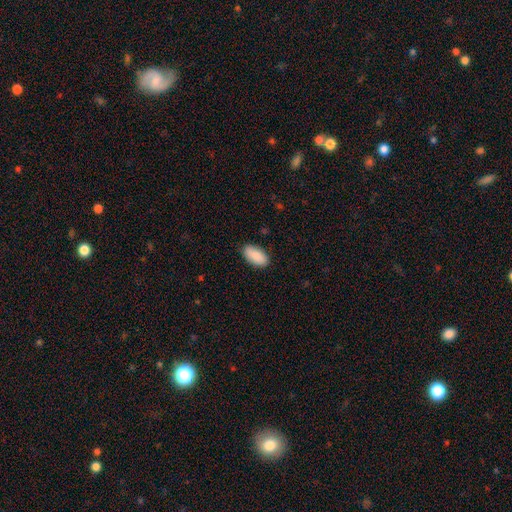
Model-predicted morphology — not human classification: smooth_or_featured: smooth (p=0.89) [alt: star or artifact p=0.06]
how_rounded: in between (p=0.94) [alt: cigar-shaped p=0.04]
merging: none (p=0.87) [alt: minor disturbance p=0.10]